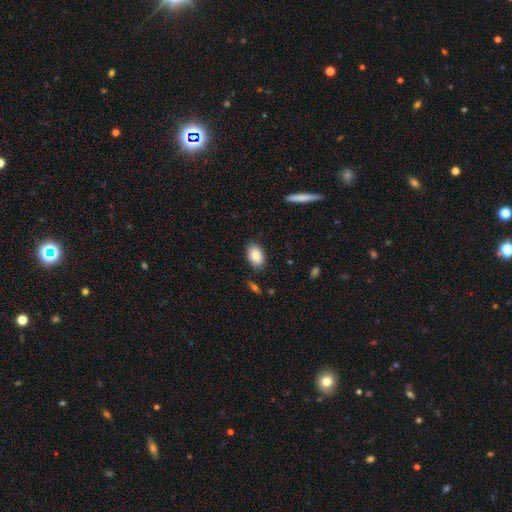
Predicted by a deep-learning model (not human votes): smooth-or-featured: smooth: 86% | featured or disk: 7% | star or artifact: 7%
  how-rounded: in between: 91% | round: 7% | cigar-shaped: 2%
  merging: none: 85% | minor disturbance: 10% | major disturbance: 2% | merger: 2%